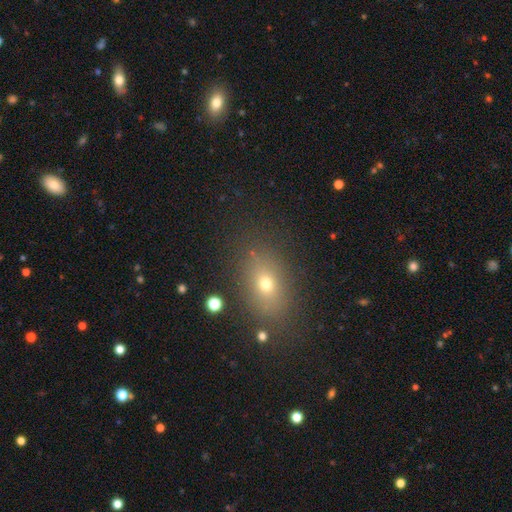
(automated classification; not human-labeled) Morphology: type=smooth (64%); roundness=in between (73%); merging=none (83%).